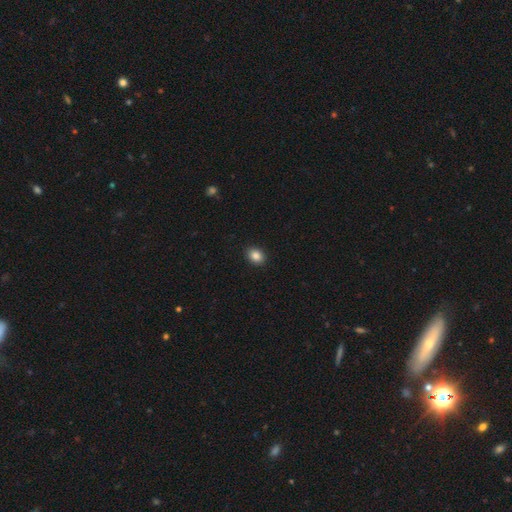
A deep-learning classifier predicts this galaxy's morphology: smooth-or-featured: smooth: 86% | star or artifact: 9% | featured or disk: 5%
  how-rounded: in between: 53% | round: 46% | cigar-shaped: 1%
  merging: none: 92% | minor disturbance: 6% | major disturbance: 2% | merger: 1%